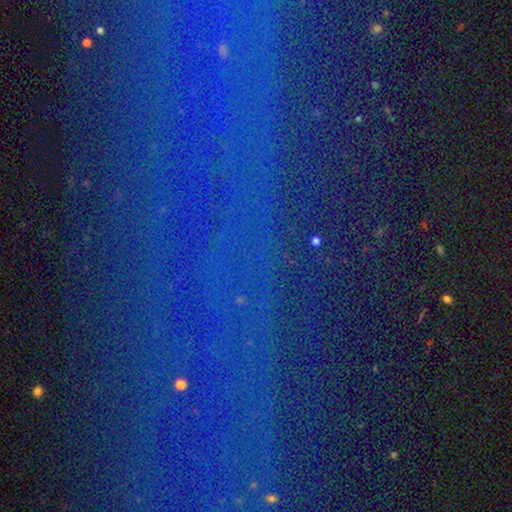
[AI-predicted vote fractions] smooth-or-featured: star or artifact: 83% | smooth: 9% | featured or disk: 8%